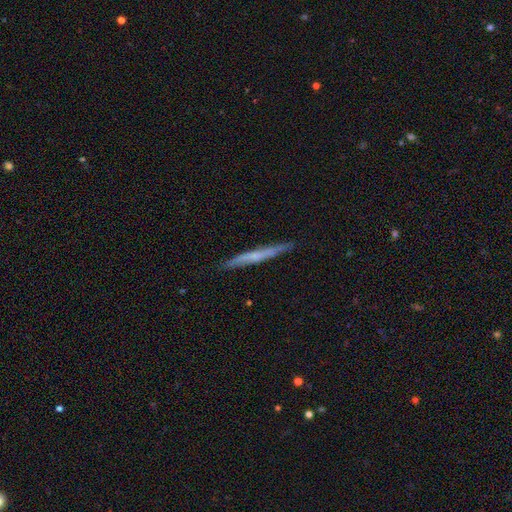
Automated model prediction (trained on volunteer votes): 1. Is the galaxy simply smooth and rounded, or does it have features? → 52% featured or disk, 42% smooth, 6% star or artifact.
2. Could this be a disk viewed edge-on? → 94% yes, 6% no.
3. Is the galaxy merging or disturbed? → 88% none, 9% minor disturbance, 2% major disturbance, 1% merger.